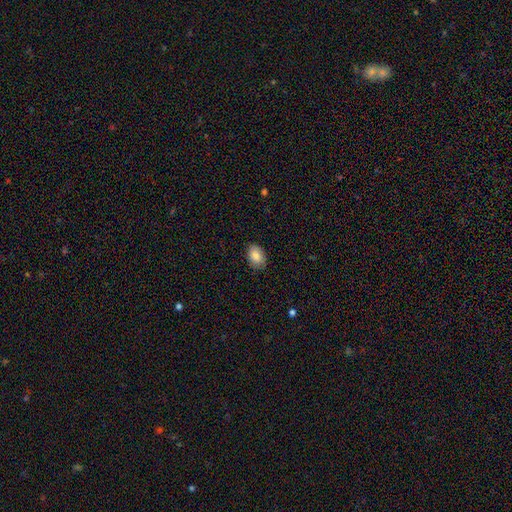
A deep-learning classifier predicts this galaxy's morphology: This appears to be a smooth galaxy with no disk features (85%) that is in between round and cigar-shaped (84%). Merging: none (85%).